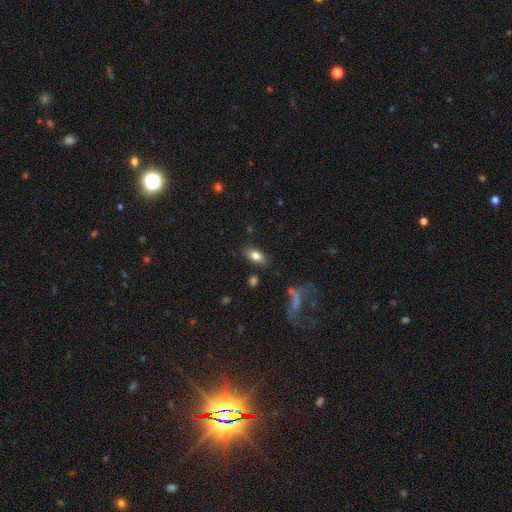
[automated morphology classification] The model was most divided on "smooth or featured": smooth: 78%, featured or disk: 14%, star or artifact: 8%. More confident: how rounded — in between (86%); merging — none (82%).